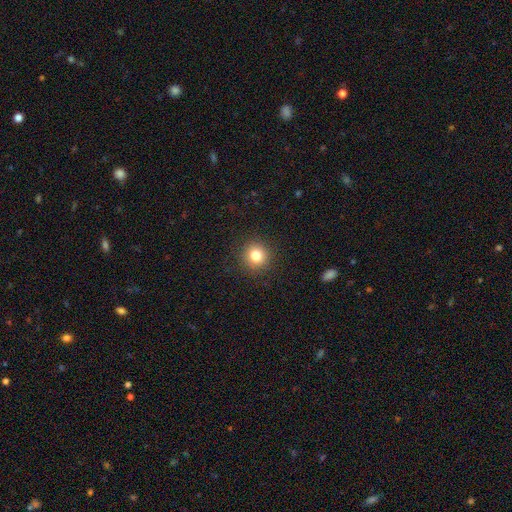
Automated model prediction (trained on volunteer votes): A smooth galaxy with no disk features (82%) that is round (92%). Merging: none (91%).